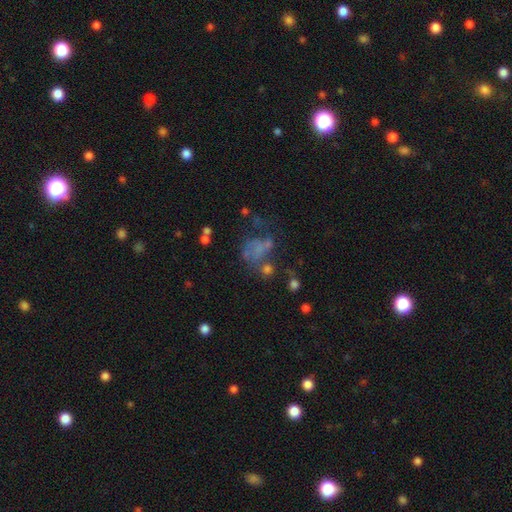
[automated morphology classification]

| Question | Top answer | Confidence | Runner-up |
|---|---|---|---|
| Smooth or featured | featured or disk | 37% | star or artifact (35%) |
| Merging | none | 37% | major disturbance (32%) |